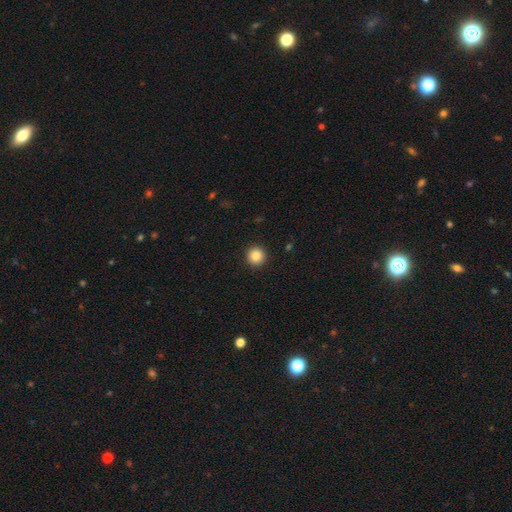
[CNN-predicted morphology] Smooth or featured: smooth — 85% (star or artifact — 10%)
How rounded: round — 96% (in between — 3%)
Merging: none — 93% (minor disturbance — 4%)